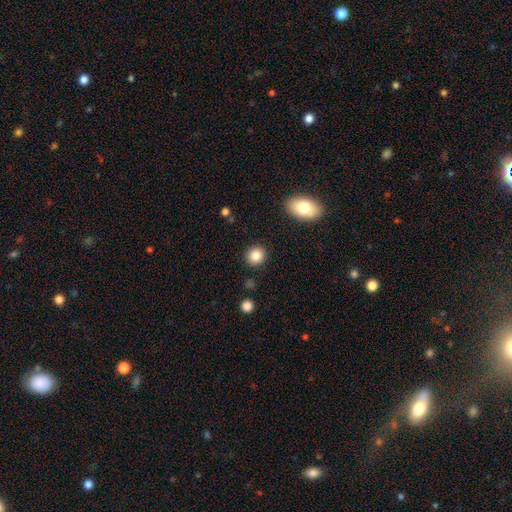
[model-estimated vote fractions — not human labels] The model was most divided on "smooth or featured": smooth: 84%, star or artifact: 10%, featured or disk: 6%. More confident: merging — none (90%); how rounded — round (87%).